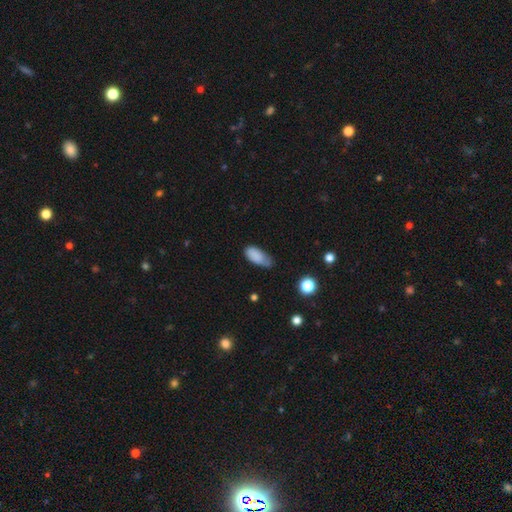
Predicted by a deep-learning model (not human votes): smooth_or_featured: smooth (p=0.85) [alt: star or artifact p=0.08]
how_rounded: in between (p=0.89) [alt: cigar-shaped p=0.09]
merging: none (p=0.46) [alt: minor disturbance p=0.41]